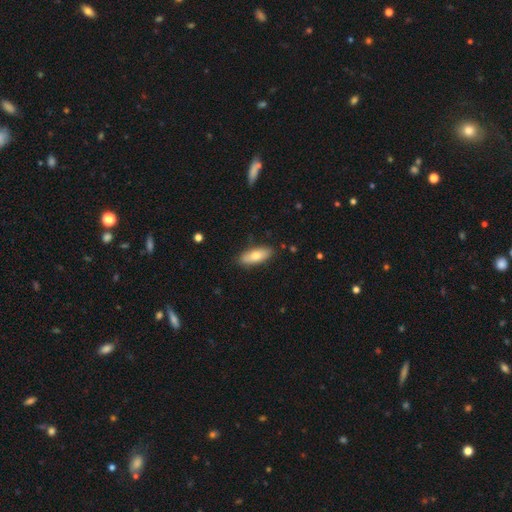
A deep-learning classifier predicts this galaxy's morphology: Smooth or featured? Predicted: smooth (p=0.73). How rounded? Predicted: in between (p=0.72). Merging? Predicted: none (p=0.86).